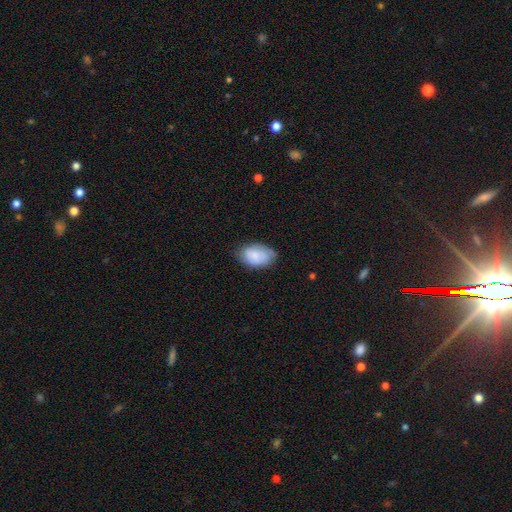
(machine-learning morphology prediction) A smooth galaxy with no disk features (84%) that is in between round and cigar-shaped (90%).

Vote fractions:
- Smooth or featured? smooth: 84% / featured or disk: 10% / star or artifact: 6%
- How rounded? in between: 90% / round: 8% / cigar-shaped: 1%
- Merging? none: 72% / minor disturbance: 22% / major disturbance: 4% / merger: 1%